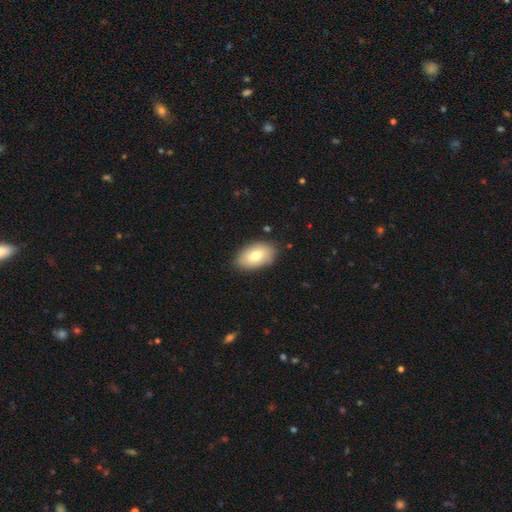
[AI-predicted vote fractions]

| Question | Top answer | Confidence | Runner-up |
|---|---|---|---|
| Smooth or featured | smooth | 77% | featured or disk (17%) |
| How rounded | in between | 93% | round (5%) |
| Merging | none | 86% | minor disturbance (11%) |